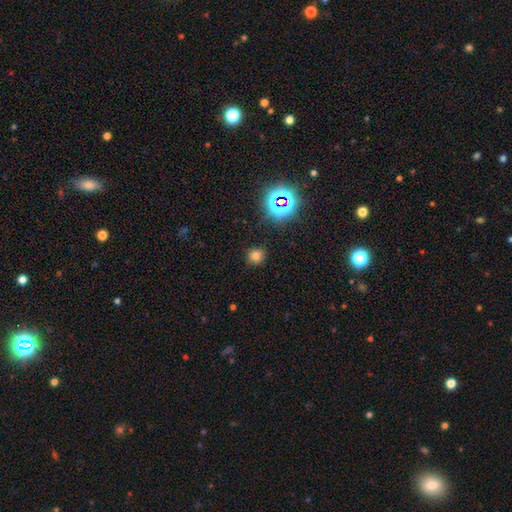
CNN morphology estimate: Smooth or featured? Predicted: smooth (p=0.69). How rounded? Predicted: round (p=0.88). Merging? Predicted: none (p=0.87).